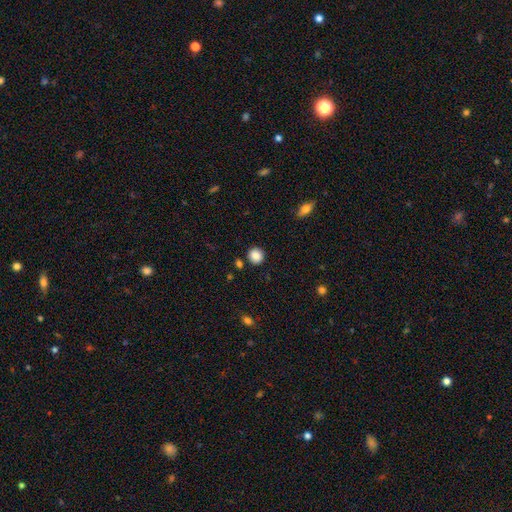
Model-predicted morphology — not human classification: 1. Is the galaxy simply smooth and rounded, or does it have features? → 86% smooth, 9% star or artifact, 4% featured or disk.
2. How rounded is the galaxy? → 91% round, 8% in between, 1% cigar-shaped.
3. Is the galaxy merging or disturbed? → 89% none, 6% minor disturbance, 3% merger, 2% major disturbance.